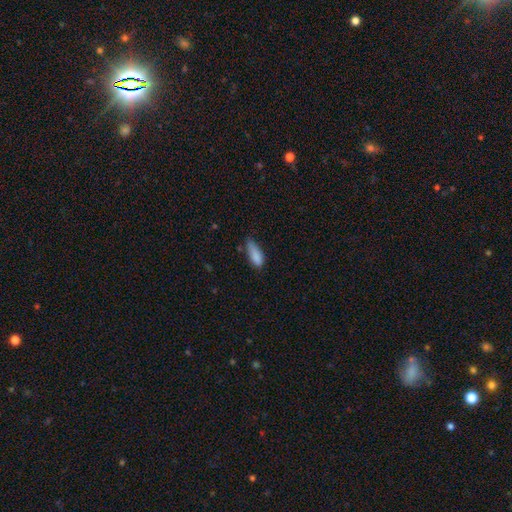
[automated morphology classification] smooth_or_featured: smooth (p=0.85) [alt: star or artifact p=0.08]
how_rounded: in between (p=0.71) [alt: cigar-shaped p=0.27]
merging: none (p=0.47) [alt: minor disturbance p=0.40]